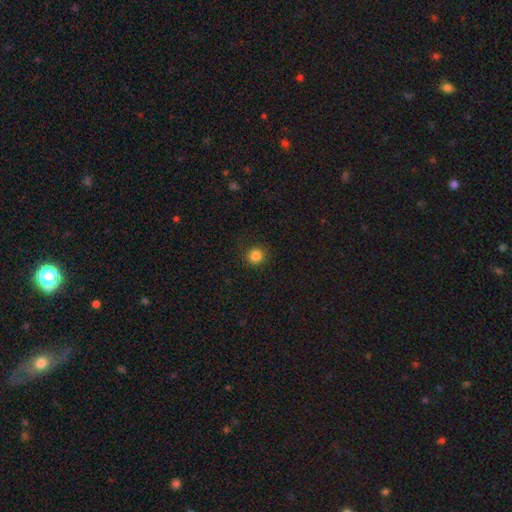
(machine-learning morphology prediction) Smooth or featured?
  - smooth: 85% *
  - star or artifact: 12%
  - featured or disk: 4%
How rounded?
  - round: 94% *
  - in between: 5%
  - cigar-shaped: 1%
Merging?
  - none: 90% *
  - minor disturbance: 6%
  - major disturbance: 3%
  - merger: 1%